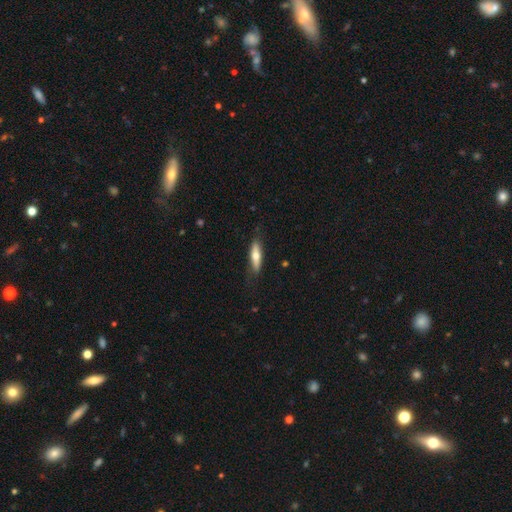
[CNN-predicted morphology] Q: Smooth or featured?
A: smooth (59%); runner-up: featured or disk (35%)
Q: How rounded?
A: cigar-shaped (70%); runner-up: in between (28%)
Q: Merging?
A: none (79%); runner-up: minor disturbance (17%)